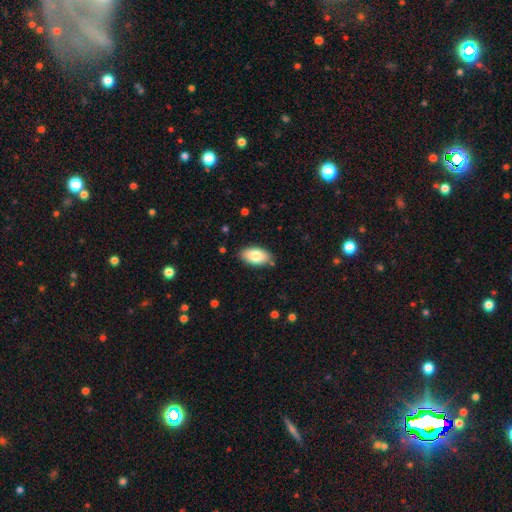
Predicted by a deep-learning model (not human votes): The model was most divided on "smooth or featured": smooth: 82%, featured or disk: 11%, star or artifact: 7%. More confident: how rounded — in between (94%); merging — none (84%).